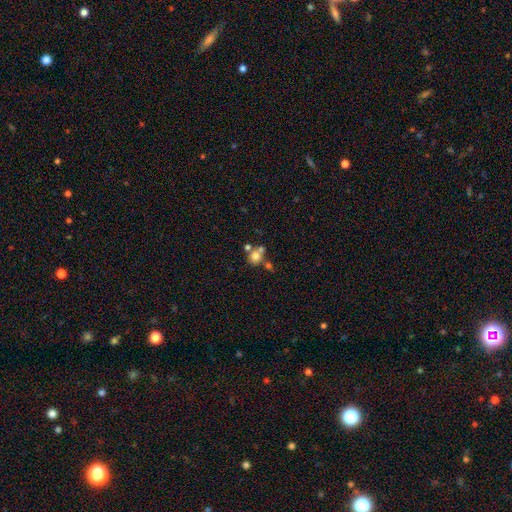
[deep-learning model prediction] Smooth or featured? Predicted: smooth (p=0.73). How rounded? Predicted: round (p=0.78). Merging? Predicted: none (p=0.46).